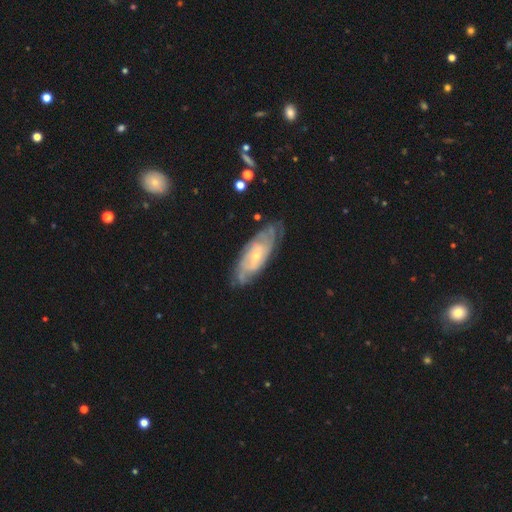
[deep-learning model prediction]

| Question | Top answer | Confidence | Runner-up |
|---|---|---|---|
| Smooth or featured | featured or disk | 78% | smooth (16%) |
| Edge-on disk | no | 86% | yes (14%) |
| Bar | no | 64% | weak (30%) |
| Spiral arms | yes | 91% | no (9%) |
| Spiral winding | tight | 68% | medium (25%) |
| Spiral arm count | can't tell | 52% | 2 (19%) |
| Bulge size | small | 70% | moderate (26%) |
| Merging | none | 75% | minor disturbance (18%) |